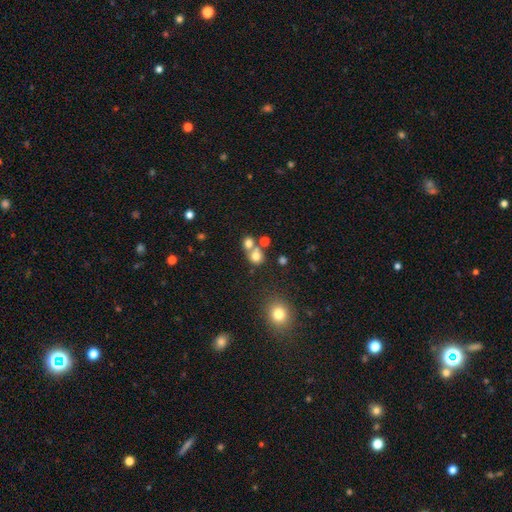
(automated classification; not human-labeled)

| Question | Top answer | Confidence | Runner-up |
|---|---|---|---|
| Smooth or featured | smooth | 74% | star or artifact (15%) |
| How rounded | round | 83% | in between (16%) |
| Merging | none | 47% | merger (42%) |